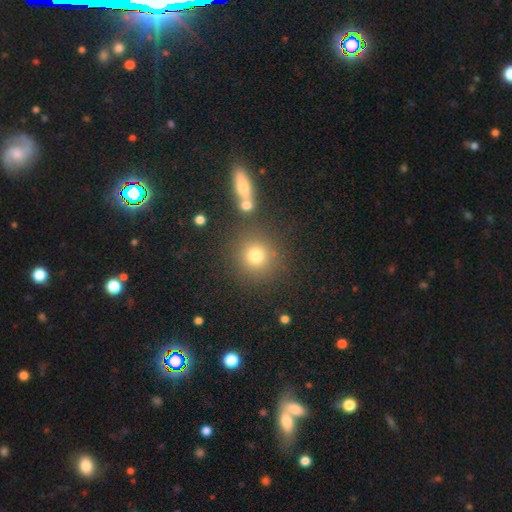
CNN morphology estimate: Overall: smooth (76%). How rounded: round (90%). Merging: none (78%).